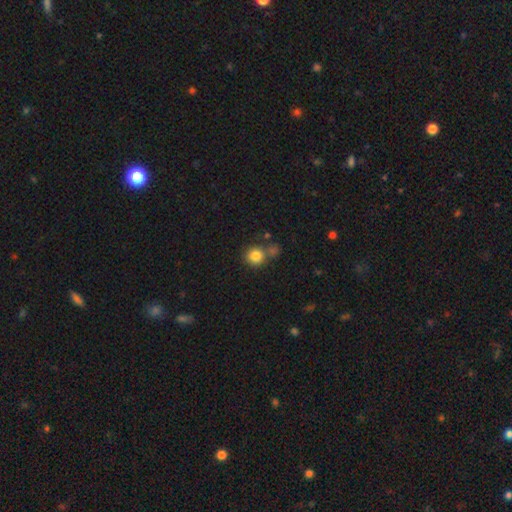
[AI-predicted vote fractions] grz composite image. It shows a smooth galaxy with no disk features (83%) that is round (89%). Merging: none (62%).